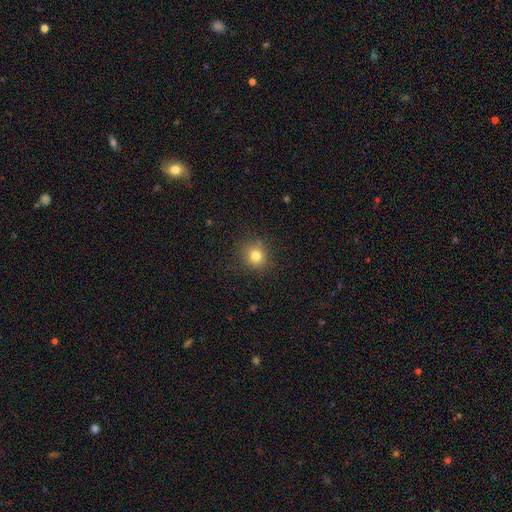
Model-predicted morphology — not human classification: A smooth galaxy with no disk features (79%) that is round (87%).

Vote fractions:
- Smooth or featured? smooth: 79% / star or artifact: 14% / featured or disk: 7%
- How rounded? round: 87% / in between: 13% / cigar-shaped: 1%
- Merging? none: 86% / minor disturbance: 9% / major disturbance: 3% / merger: 1%